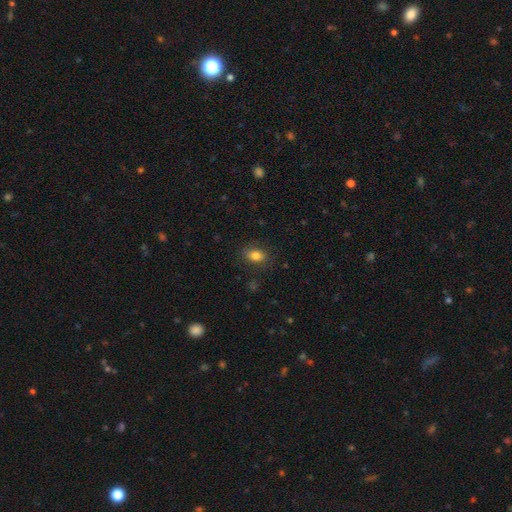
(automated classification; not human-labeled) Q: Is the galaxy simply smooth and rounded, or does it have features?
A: smooth — 81%.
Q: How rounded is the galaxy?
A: in between — 77%.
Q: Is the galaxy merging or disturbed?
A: none — 80%.